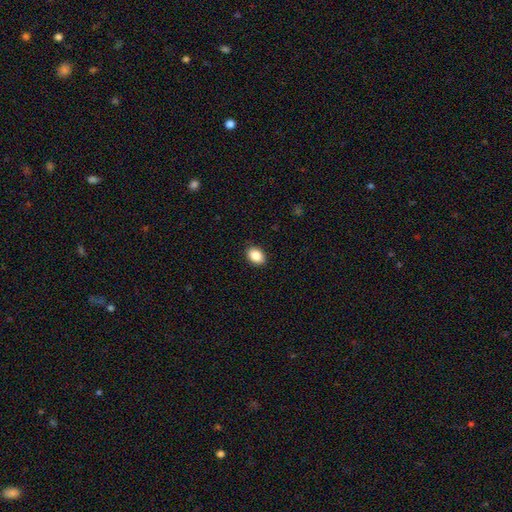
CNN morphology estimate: smooth-or-featured: smooth: 88% | star or artifact: 8% | featured or disk: 4%
  how-rounded: in between: 76% | round: 23% | cigar-shaped: 1%
  merging: none: 89% | minor disturbance: 8% | major disturbance: 2% | merger: 1%